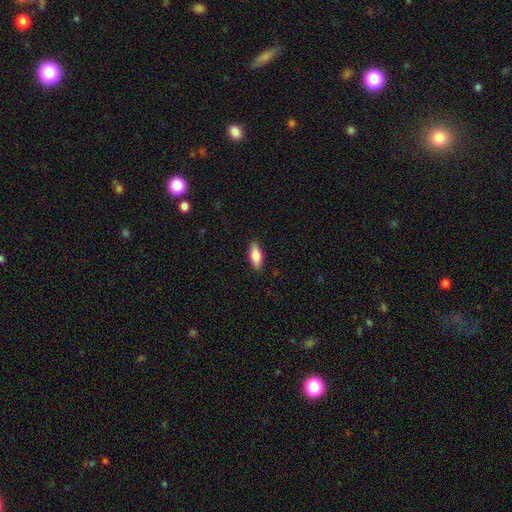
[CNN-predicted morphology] Q: Smooth or featured?
A: smooth (78%); runner-up: featured or disk (16%)
Q: How rounded?
A: in between (79%); runner-up: cigar-shaped (18%)
Q: Merging?
A: none (88%); runner-up: minor disturbance (9%)